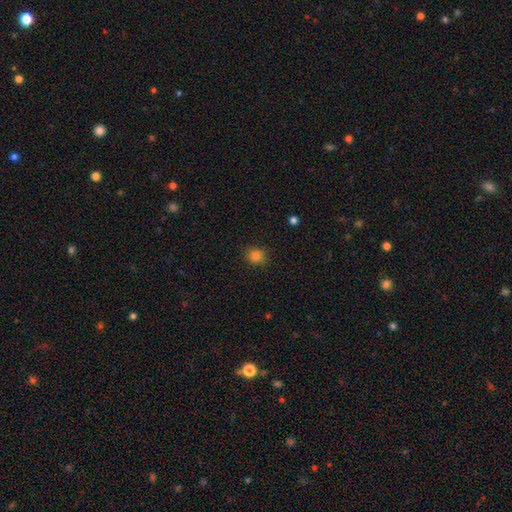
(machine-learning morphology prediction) The model was most divided on "how rounded": round: 79%, in between: 20%, cigar-shaped: 1%. More confident: merging — none (87%); smooth or featured — smooth (83%).